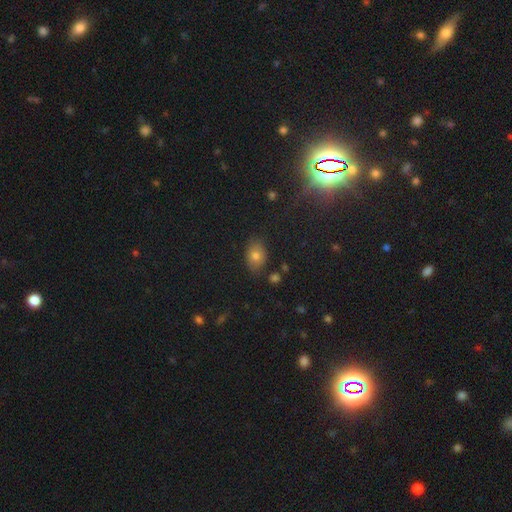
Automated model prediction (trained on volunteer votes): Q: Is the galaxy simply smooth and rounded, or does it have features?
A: smooth — 75%.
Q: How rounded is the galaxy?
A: in between — 74%.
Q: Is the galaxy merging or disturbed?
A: none — 81%.